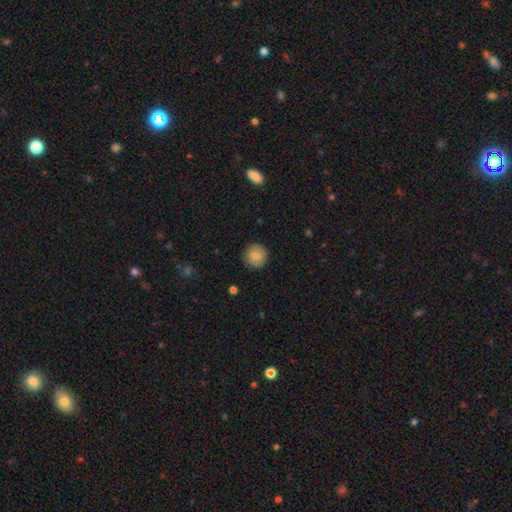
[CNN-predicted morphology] Smooth or featured? smooth (82%)
How rounded? round (94%)
Merging? none (87%)